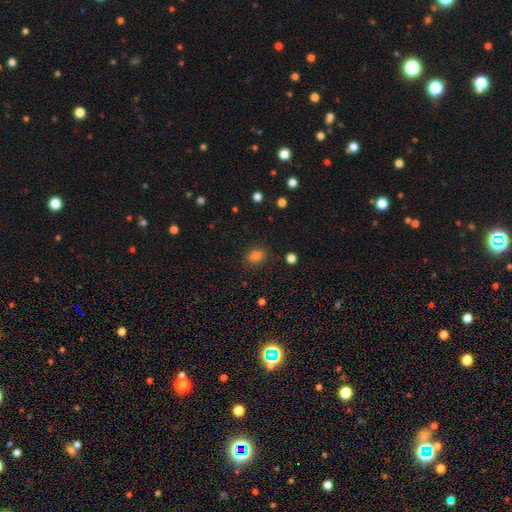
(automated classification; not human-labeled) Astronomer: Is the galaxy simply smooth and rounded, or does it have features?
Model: smooth — 81%.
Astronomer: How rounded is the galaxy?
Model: in between — 65%.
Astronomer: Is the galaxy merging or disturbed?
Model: none — 84%.